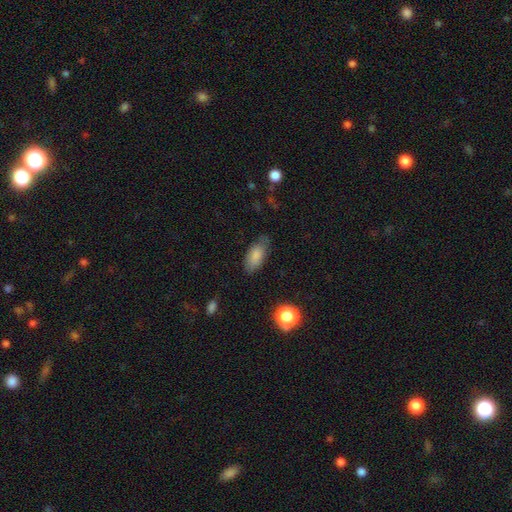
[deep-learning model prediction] Q: Smooth or featured?
A: smooth (84%); runner-up: featured or disk (8%)
Q: How rounded?
A: in between (88%); runner-up: cigar-shaped (9%)
Q: Merging?
A: none (69%); runner-up: minor disturbance (23%)